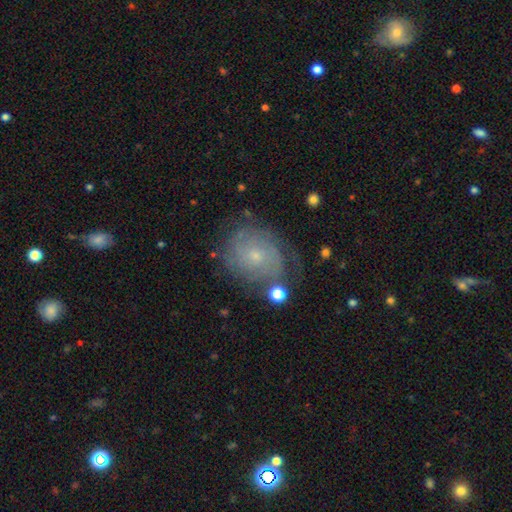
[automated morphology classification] This appears to be a featured or disk galaxy (63%) with no bar (80%), tight (66%) spiral arms (84%) and a small central bulge (74%). Merging: none (64%).